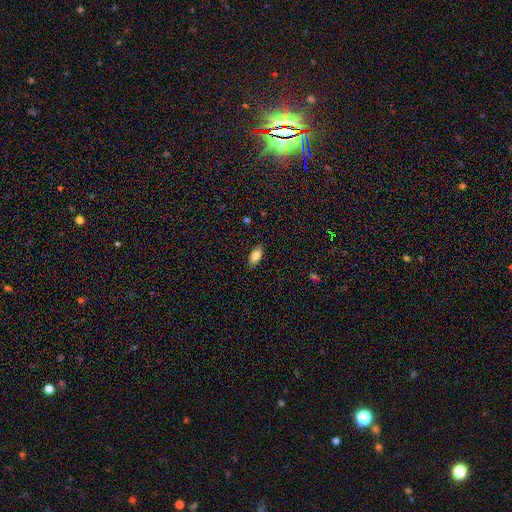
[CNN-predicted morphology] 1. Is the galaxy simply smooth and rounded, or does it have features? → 82% smooth, 11% featured or disk, 7% star or artifact.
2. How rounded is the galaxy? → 88% in between, 9% cigar-shaped, 3% round.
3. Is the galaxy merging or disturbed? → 86% none, 11% minor disturbance, 2% major disturbance, 1% merger.